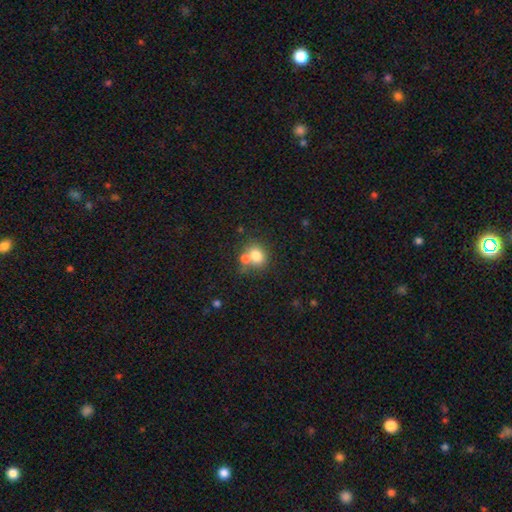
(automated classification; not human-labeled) smooth-or-featured: smooth: 77% | featured or disk: 12% | star or artifact: 11%
  how-rounded: round: 59% | in between: 40% | cigar-shaped: 1%
  merging: none: 46% | merger: 40% | minor disturbance: 10% | major disturbance: 4%